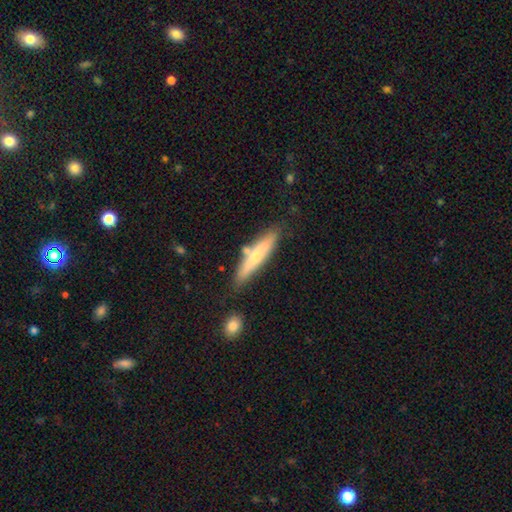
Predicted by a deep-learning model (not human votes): A smooth galaxy with no disk features (54%) that is cigar-shaped (84%).

Vote fractions:
- Smooth or featured? smooth: 54% / featured or disk: 40% / star or artifact: 6%
- How rounded? cigar-shaped: 84% / in between: 15% / round: 2%
- Merging? none: 76% / minor disturbance: 14% / merger: 7% / major disturbance: 3%